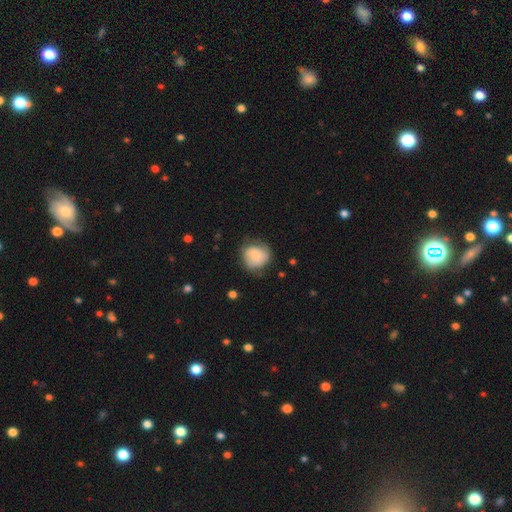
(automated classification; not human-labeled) smooth_or_featured: smooth (p=0.67) [alt: featured or disk p=0.26]
how_rounded: round (p=0.80) [alt: in between p=0.19]
merging: none (p=0.61) [alt: minor disturbance p=0.28]